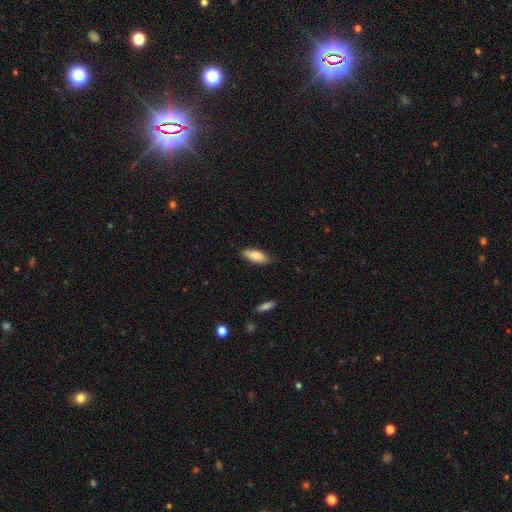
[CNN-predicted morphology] This is clearly a smooth galaxy (83%). How rounded: likely in between (76%). Merging: clearly none (81%).